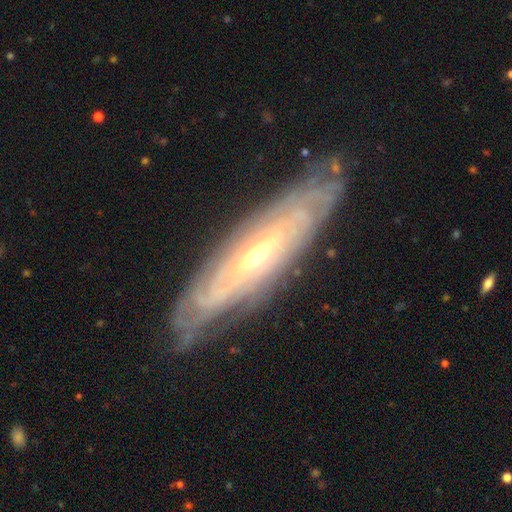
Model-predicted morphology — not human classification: Q: Smooth or featured?
A: featured or disk (83%); runner-up: smooth (12%)
Q: Edge-on disk?
A: no (72%); runner-up: yes (28%)
Q: Bar?
A: no (58%); runner-up: weak (29%)
Q: Spiral arms?
A: yes (88%); runner-up: no (12%)
Q: Spiral winding?
A: tight (81%); runner-up: medium (15%)
Q: Spiral arm count?
A: can't tell (65%); runner-up: more than 4 (10%)
Q: Bulge size?
A: small (58%); runner-up: moderate (38%)
Q: Merging?
A: none (80%); runner-up: minor disturbance (15%)